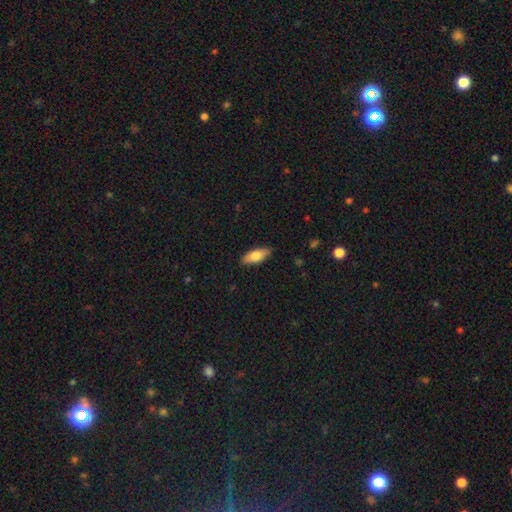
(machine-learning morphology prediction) This is likely a smooth galaxy (72%). How rounded: likely in between (74%). Merging: clearly none (87%).